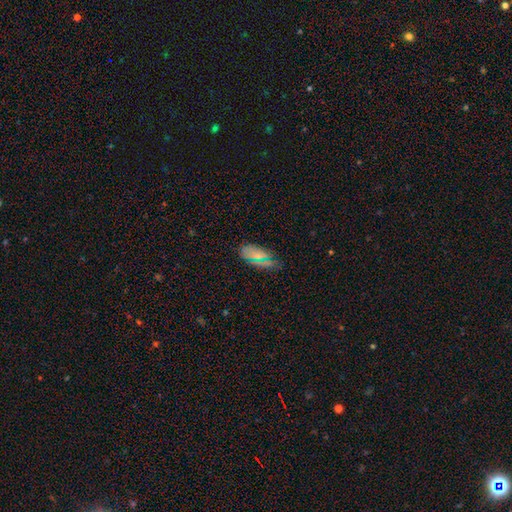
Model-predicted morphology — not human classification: smooth 66%, star or artifact 22%, featured or disk 12%. Down the decision tree: how rounded — in between (90%); merging — none (80%).